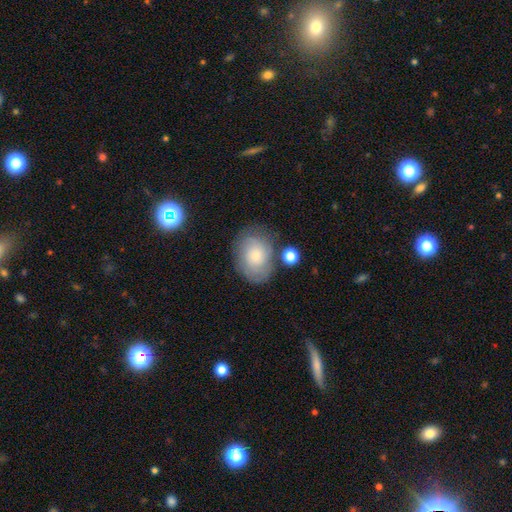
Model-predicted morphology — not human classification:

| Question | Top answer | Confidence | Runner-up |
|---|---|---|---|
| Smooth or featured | smooth | 61% | featured or disk (30%) |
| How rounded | in between | 68% | round (30%) |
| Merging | none | 68% | minor disturbance (19%) |